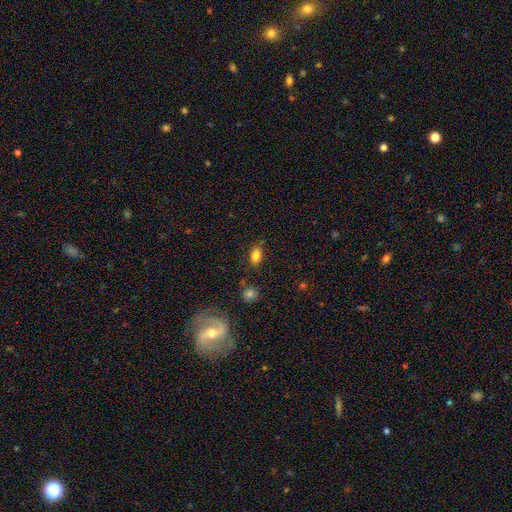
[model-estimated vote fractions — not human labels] Smooth or featured? smooth (83%)
How rounded? in between (87%)
Merging? none (78%)